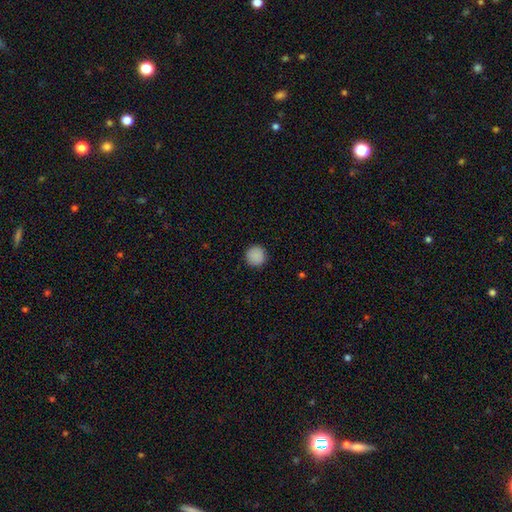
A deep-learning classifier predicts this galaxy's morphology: A smooth galaxy with no disk features (89%) that is round (95%). Merging: none (92%).